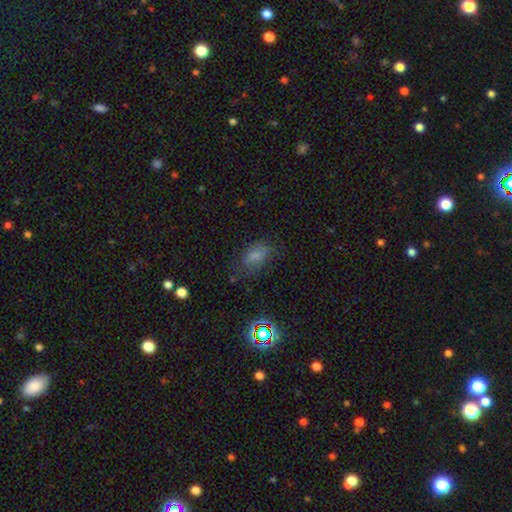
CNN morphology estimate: This is likely a smooth galaxy (66%). How rounded: clearly in between (85%). Merging: possibly none (57%).